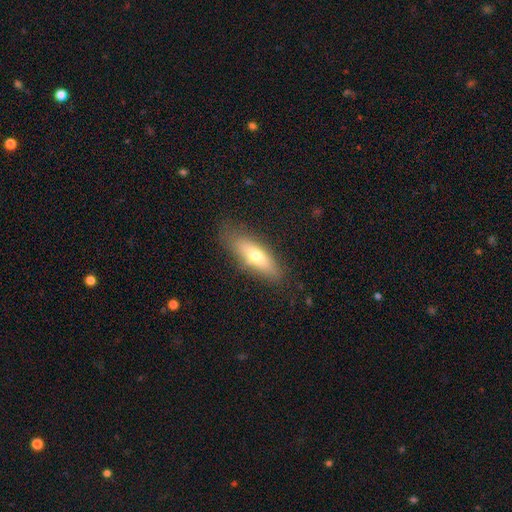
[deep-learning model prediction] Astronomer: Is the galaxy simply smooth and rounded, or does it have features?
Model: smooth — 61%.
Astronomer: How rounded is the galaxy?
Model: cigar-shaped — 50% (runner-up: in between, 48%).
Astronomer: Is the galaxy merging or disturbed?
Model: none — 78%.